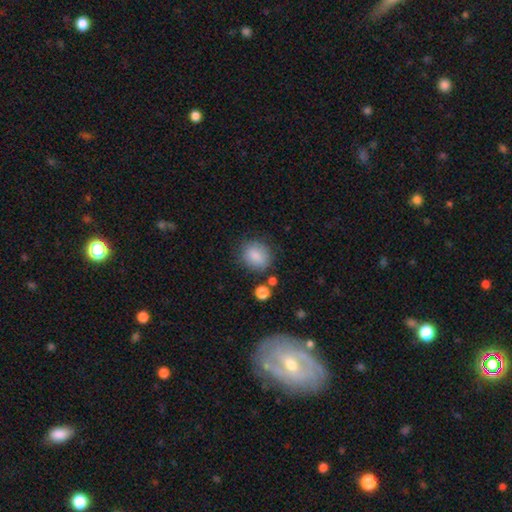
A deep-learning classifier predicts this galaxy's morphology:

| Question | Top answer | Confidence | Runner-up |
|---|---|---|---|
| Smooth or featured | smooth | 84% | star or artifact (9%) |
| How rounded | round | 66% | in between (33%) |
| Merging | none | 76% | minor disturbance (15%) |